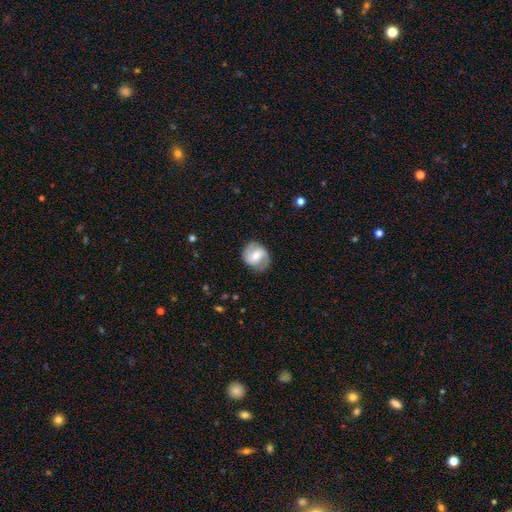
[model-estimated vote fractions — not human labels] featured or disk 62%, smooth 32%, star or artifact 6%. Down the decision tree: edge-on disk — no (97%); bar — no (43%); spiral arms — yes (83%); bulge size — moderate (59%); merging — none (77%).